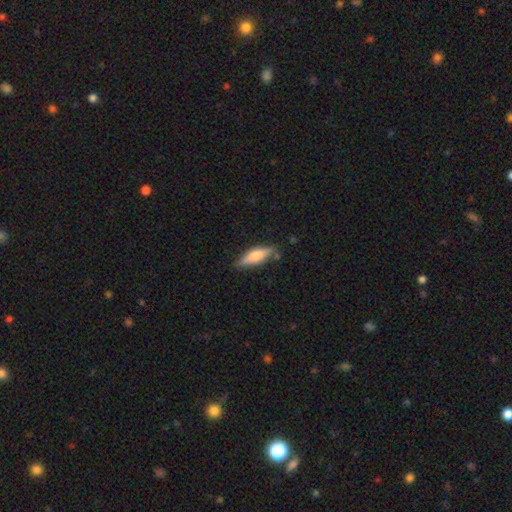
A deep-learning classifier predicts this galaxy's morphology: The model was most divided on "how rounded": cigar-shaped: 53%, in between: 45%, round: 2%. More confident: merging — none (77%); smooth or featured — smooth (64%).